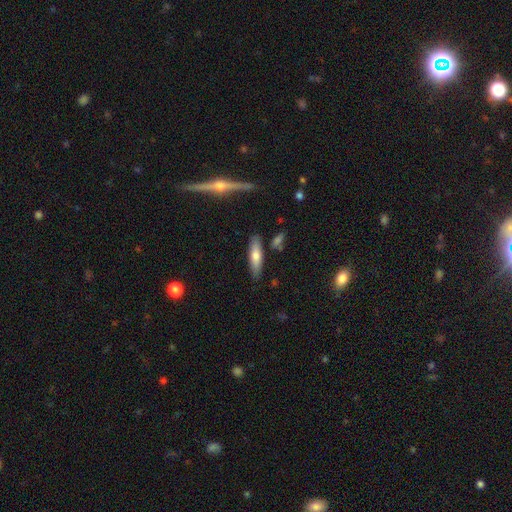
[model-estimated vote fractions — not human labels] This appears to be a smooth galaxy with no disk features (65%) that is cigar-shaped (63%). Merging: none (83%).